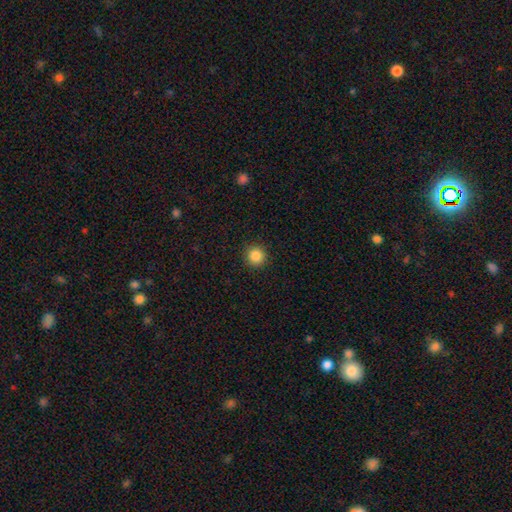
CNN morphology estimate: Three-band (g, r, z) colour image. It shows a smooth galaxy with no disk features (86%) that is round (94%). Merging: none (92%).